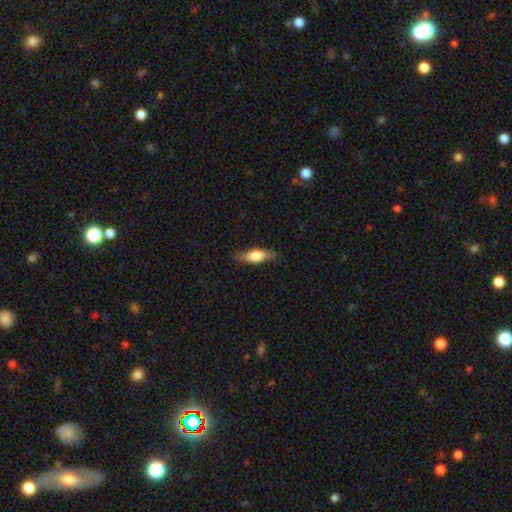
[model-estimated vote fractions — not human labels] Q: Smooth or featured?
A: smooth (60%); runner-up: featured or disk (34%)
Q: How rounded?
A: in between (56%); runner-up: cigar-shaped (41%)
Q: Merging?
A: none (80%); runner-up: minor disturbance (16%)